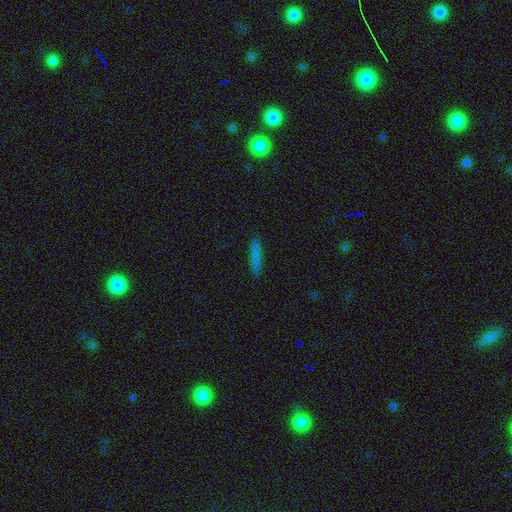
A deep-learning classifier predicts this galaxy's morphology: Overall: smooth (79%). How rounded: cigar-shaped (93%). Merging: none (89%).